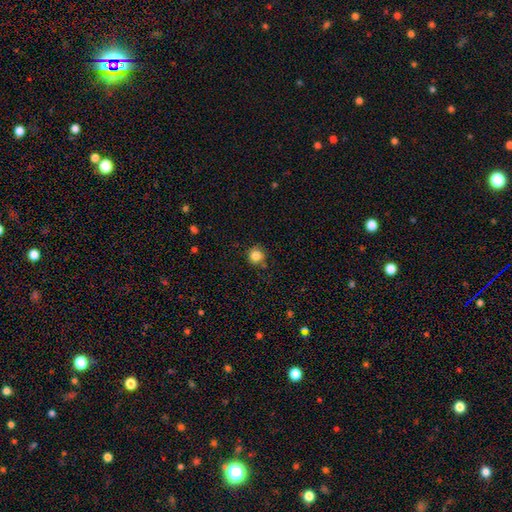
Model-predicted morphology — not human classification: This is clearly a smooth galaxy (84%). How rounded: clearly round (92%). Merging: clearly none (83%).